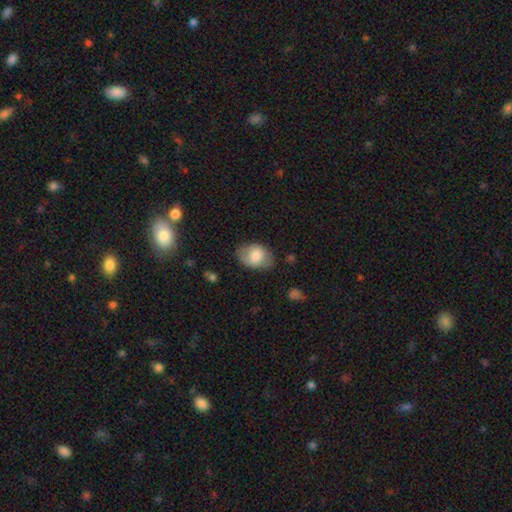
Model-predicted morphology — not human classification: A smooth galaxy with no disk features (72%) that is in between round and cigar-shaped (78%). Merging: none (68%).